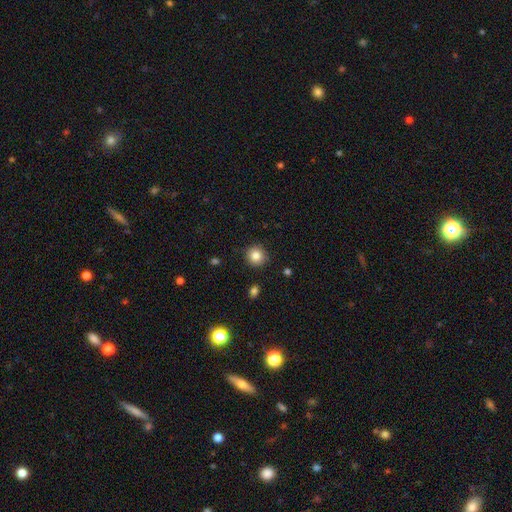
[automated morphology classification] A smooth galaxy with no disk features (84%) that is round (92%). Merging: none (90%).